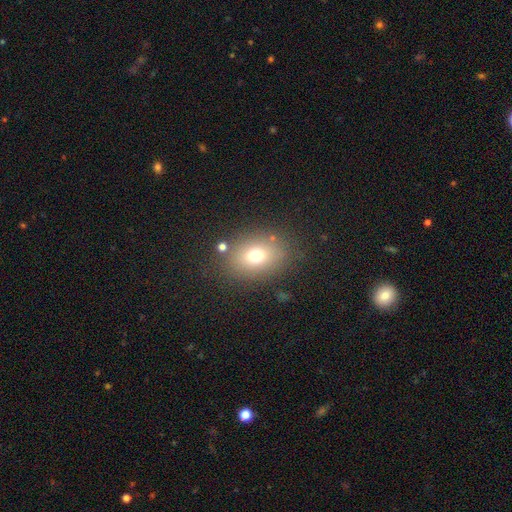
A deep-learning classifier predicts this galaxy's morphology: Smooth or featured? smooth (72%)
How rounded? in between (62%)
Merging? none (80%)